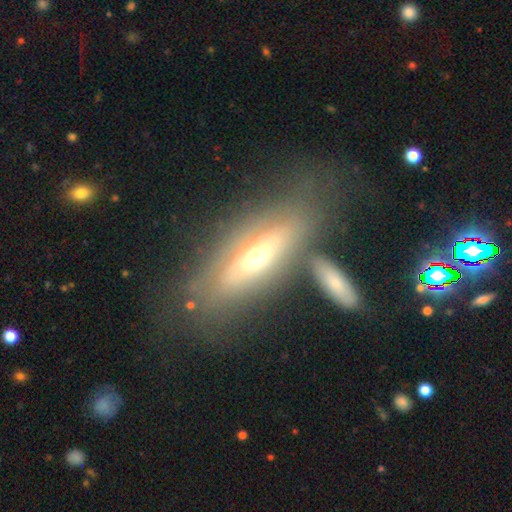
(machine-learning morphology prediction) Q: Smooth or featured?
A: featured or disk (59%); runner-up: smooth (33%)
Q: Edge-on disk?
A: yes (56%); runner-up: no (44%)
Q: Merging?
A: none (59%); runner-up: minor disturbance (18%)